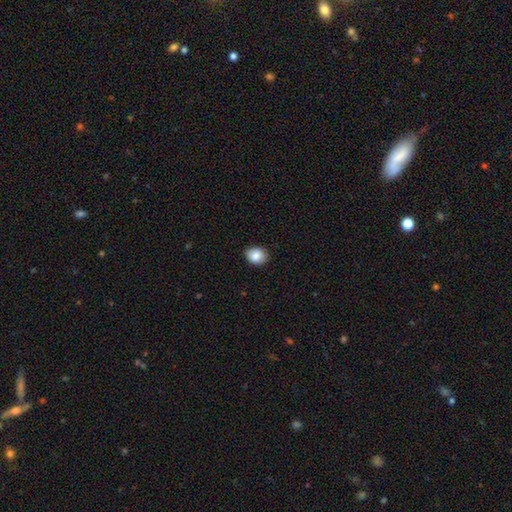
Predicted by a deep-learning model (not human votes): Smooth or featured: smooth — 86% (star or artifact — 8%)
How rounded: round — 52% (in between — 47%)
Merging: none — 86% (minor disturbance — 11%)